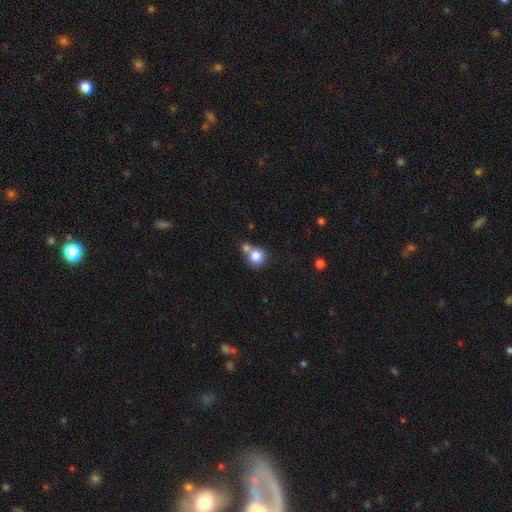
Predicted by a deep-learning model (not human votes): Overall: smooth (81%). How rounded: round (87%). Merging: none (47%; merger 40%).